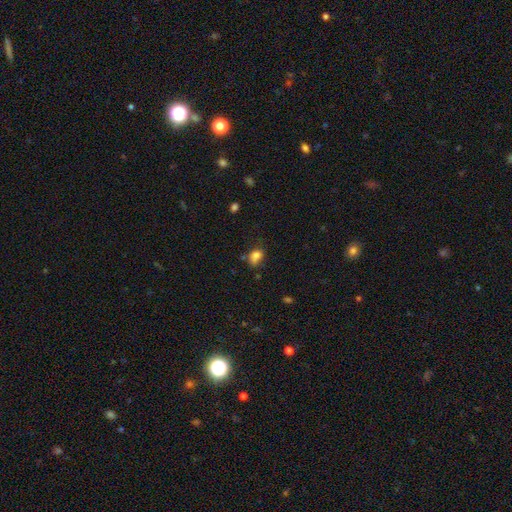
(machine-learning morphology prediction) Q: Smooth or featured?
A: smooth (80%); runner-up: star or artifact (12%)
Q: How rounded?
A: in between (67%); runner-up: round (32%)
Q: Merging?
A: none (49%); runner-up: minor disturbance (31%)